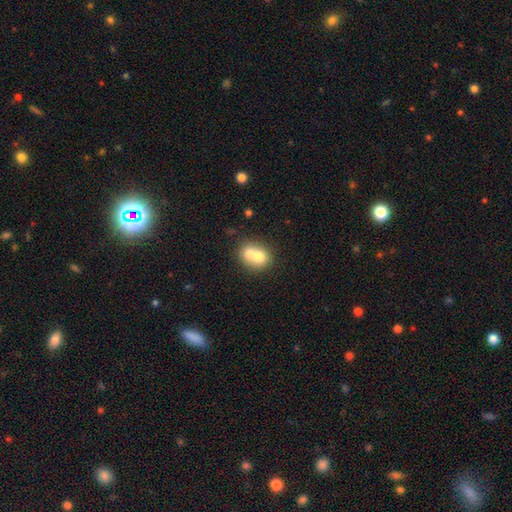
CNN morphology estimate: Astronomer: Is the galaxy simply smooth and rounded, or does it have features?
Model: smooth — 68%.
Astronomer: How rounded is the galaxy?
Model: round — 69%.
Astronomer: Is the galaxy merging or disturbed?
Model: merger — 68%.